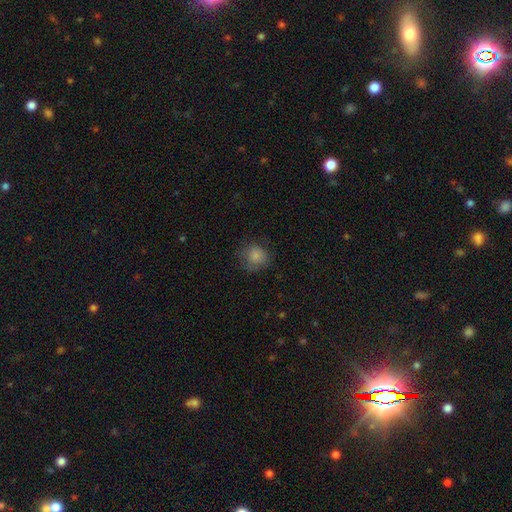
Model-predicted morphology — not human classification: Smooth or featured?
  - smooth: 83% *
  - star or artifact: 10%
  - featured or disk: 7%
How rounded?
  - round: 82% *
  - in between: 17%
  - cigar-shaped: 1%
Merging?
  - none: 69% *
  - minor disturbance: 21%
  - major disturbance: 9%
  - merger: 1%